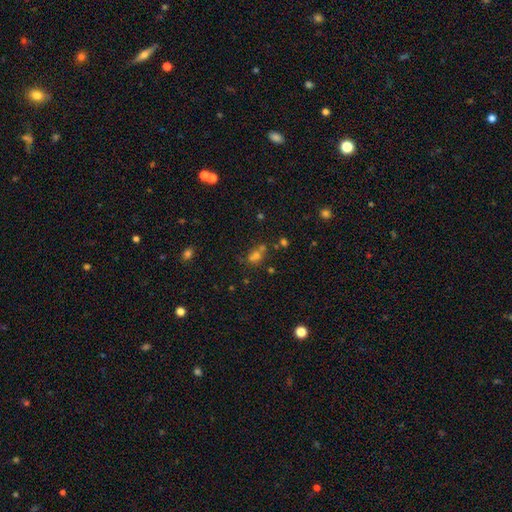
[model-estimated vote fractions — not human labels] A smooth galaxy with no disk features (53%) that is round (61%). Merging: none (49%).